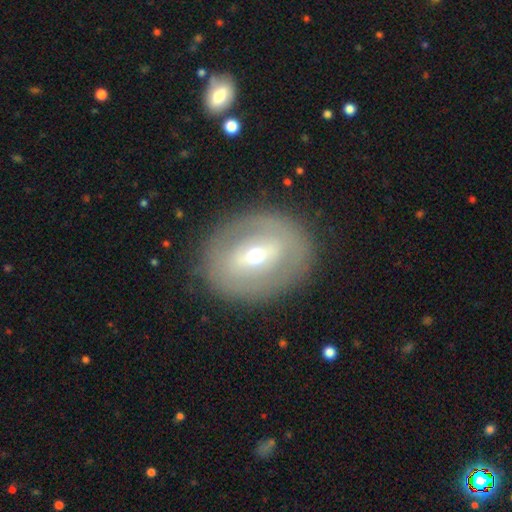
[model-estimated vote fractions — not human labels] This is likely a featured or disk galaxy (61%). It is clearly not viewed edge-on (90%). Bar: marginally strong (39%). Spiral arm pattern: likely no (78%). Central bulge: possibly moderate (54%). Merging: clearly none (83%).